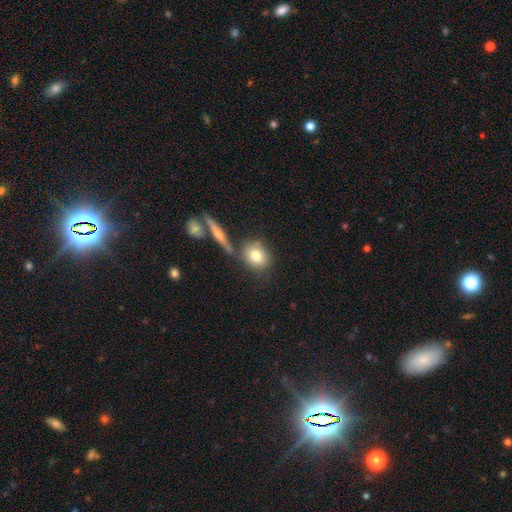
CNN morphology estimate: smooth 79%, featured or disk 12%, star or artifact 9%. Down the decision tree: how rounded — round (67%); merging — none (68%).